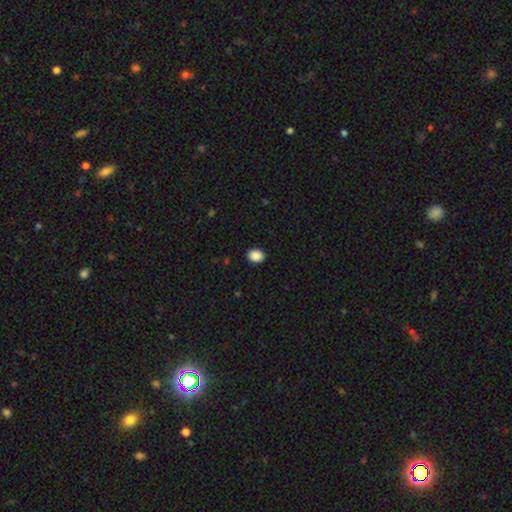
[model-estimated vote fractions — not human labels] smooth_or_featured: smooth (p=0.89) [alt: star or artifact p=0.08]
how_rounded: in between (p=0.59) [alt: round p=0.40]
merging: none (p=0.91) [alt: minor disturbance p=0.07]